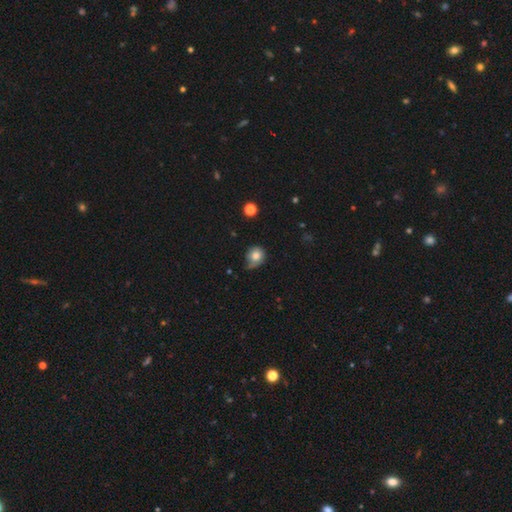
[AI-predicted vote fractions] Q: Smooth or featured?
A: smooth (77%); runner-up: featured or disk (13%)
Q: How rounded?
A: round (78%); runner-up: in between (21%)
Q: Merging?
A: none (48%); runner-up: minor disturbance (37%)